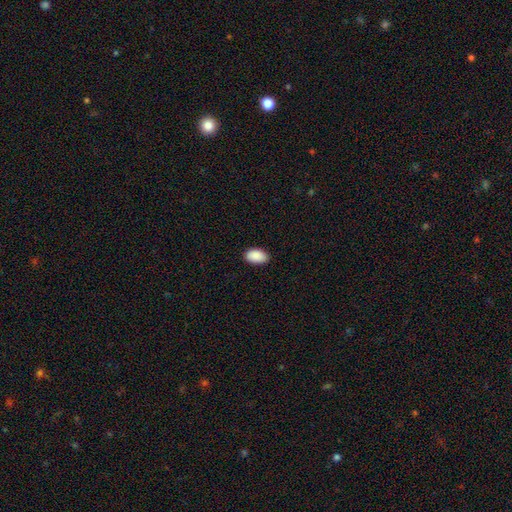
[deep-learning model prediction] Smooth or featured?
  - smooth: 91% *
  - star or artifact: 7%
  - featured or disk: 3%
How rounded?
  - in between: 94% *
  - round: 5%
  - cigar-shaped: 1%
Merging?
  - none: 86% *
  - minor disturbance: 11%
  - major disturbance: 2%
  - merger: 1%